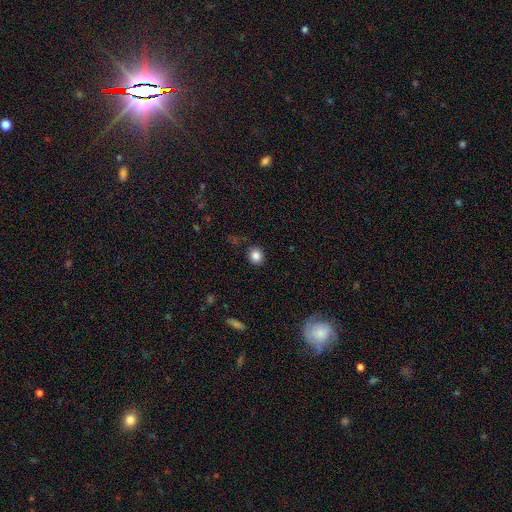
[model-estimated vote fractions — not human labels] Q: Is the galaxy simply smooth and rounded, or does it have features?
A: smooth — 85%.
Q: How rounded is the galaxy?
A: round — 79%.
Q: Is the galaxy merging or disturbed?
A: none — 86%.